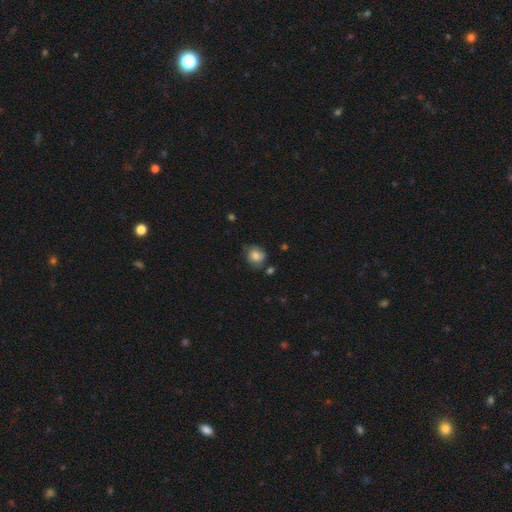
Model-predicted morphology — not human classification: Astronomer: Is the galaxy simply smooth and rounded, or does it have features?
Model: smooth — 68%.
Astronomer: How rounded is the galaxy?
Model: round — 71%.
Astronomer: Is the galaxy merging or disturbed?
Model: none — 61%.